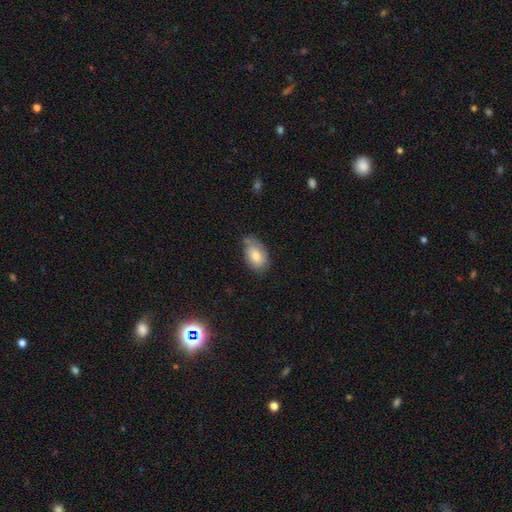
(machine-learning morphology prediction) smooth_or_featured: smooth (p=0.73) [alt: featured or disk p=0.19]
how_rounded: in between (p=0.88) [alt: round p=0.10]
merging: none (p=0.54) [alt: minor disturbance p=0.34]